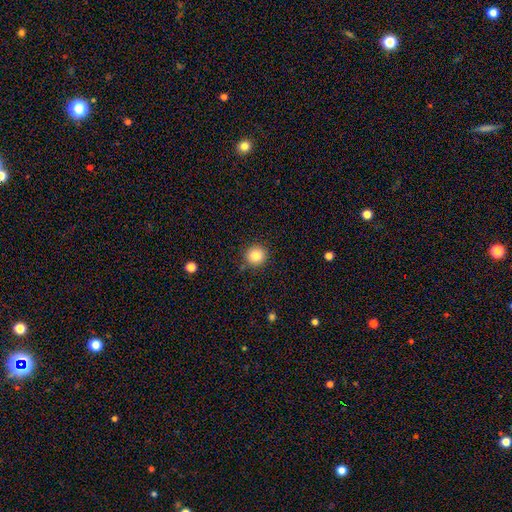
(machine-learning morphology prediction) type=smooth (83%); roundness=round (94%); merging=none (88%).